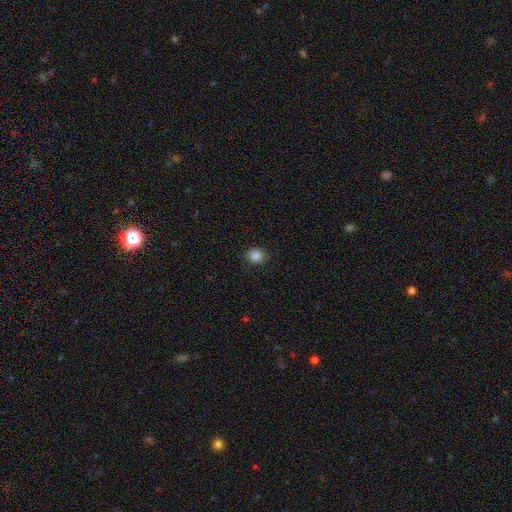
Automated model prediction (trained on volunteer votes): smooth_or_featured: smooth (p=0.86) [alt: star or artifact p=0.10]
how_rounded: round (p=0.78) [alt: in between p=0.22]
merging: none (p=0.87) [alt: minor disturbance p=0.09]